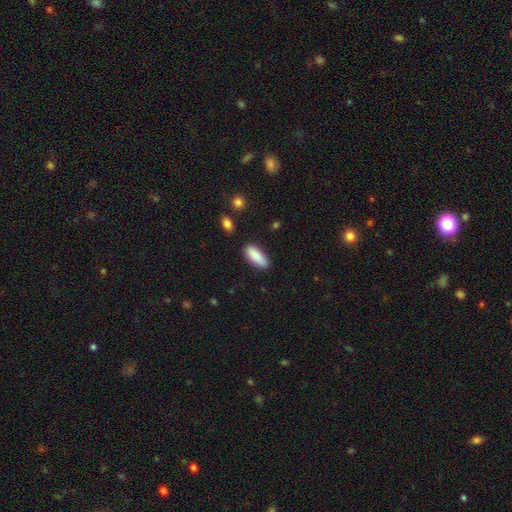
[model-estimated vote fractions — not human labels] Smooth or featured? smooth (86%)
How rounded? in between (73%)
Merging? none (85%)